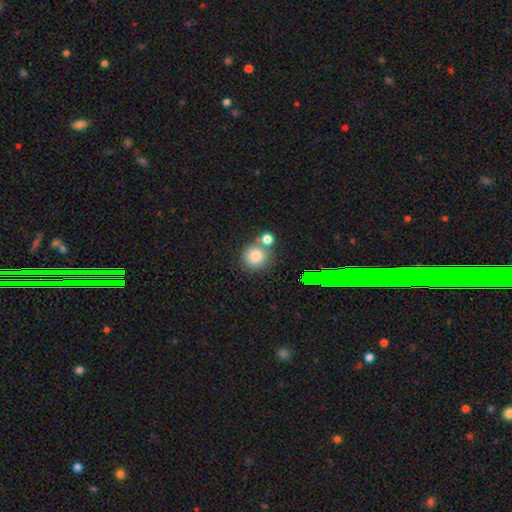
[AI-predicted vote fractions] smooth_or_featured: smooth (p=0.80) [alt: star or artifact p=0.13]
how_rounded: round (p=0.90) [alt: in between p=0.09]
merging: none (p=0.59) [alt: merger p=0.28]